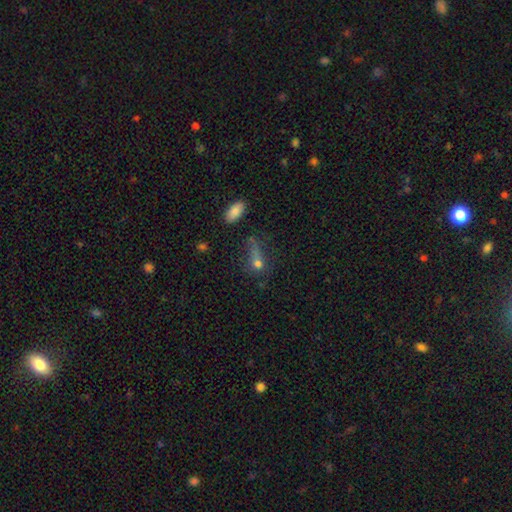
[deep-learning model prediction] Overall: smooth (50%; star or artifact 28%). How rounded: in between (45%; round 43%). Merging: none (47%; major disturbance 23%).